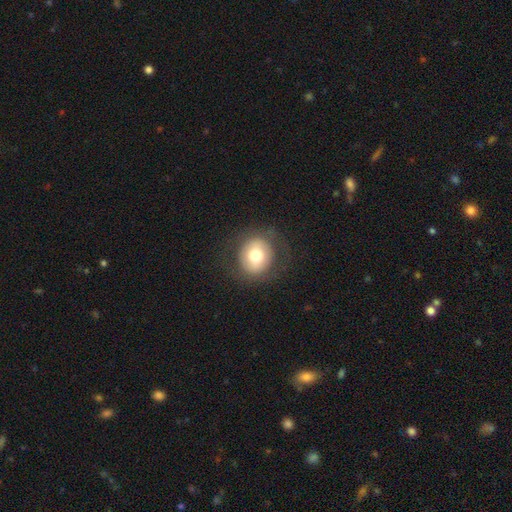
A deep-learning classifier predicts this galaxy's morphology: Smooth or featured? Predicted: smooth (p=0.66). How rounded? Predicted: round (p=0.82). Merging? Predicted: none (p=0.81).